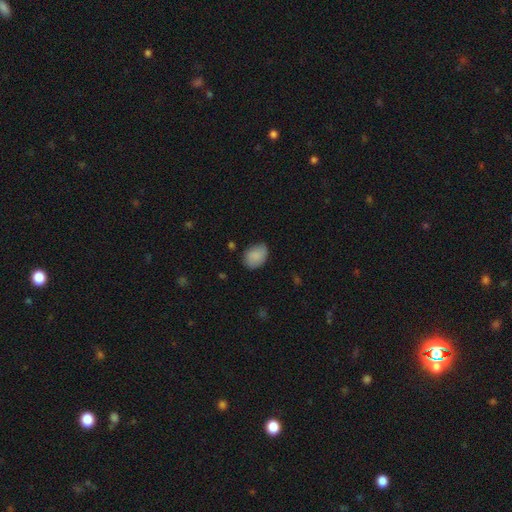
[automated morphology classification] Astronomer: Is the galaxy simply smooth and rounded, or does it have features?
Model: smooth — 87%.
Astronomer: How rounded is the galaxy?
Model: in between — 79%.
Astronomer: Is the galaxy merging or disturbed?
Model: none — 73%.